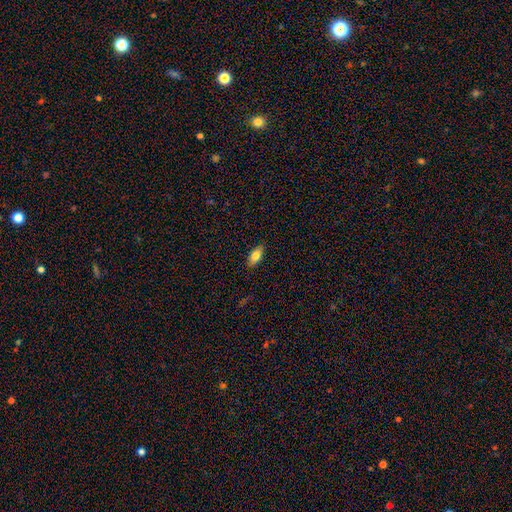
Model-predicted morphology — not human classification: A smooth galaxy with no disk features (80%) that is in between round and cigar-shaped (87%).

Vote fractions:
- Smooth or featured? smooth: 80% / featured or disk: 13% / star or artifact: 7%
- How rounded? in between: 87% / cigar-shaped: 10% / round: 3%
- Merging? none: 87% / minor disturbance: 10% / major disturbance: 2% / merger: 1%